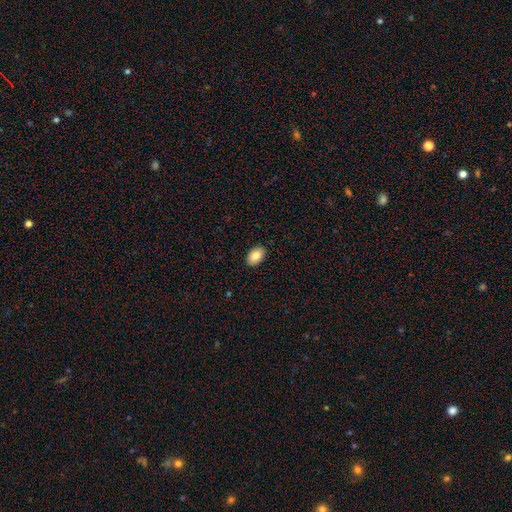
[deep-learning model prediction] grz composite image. It shows a smooth galaxy with no disk features (85%) that is in between round and cigar-shaped (90%). Merging: none (90%).